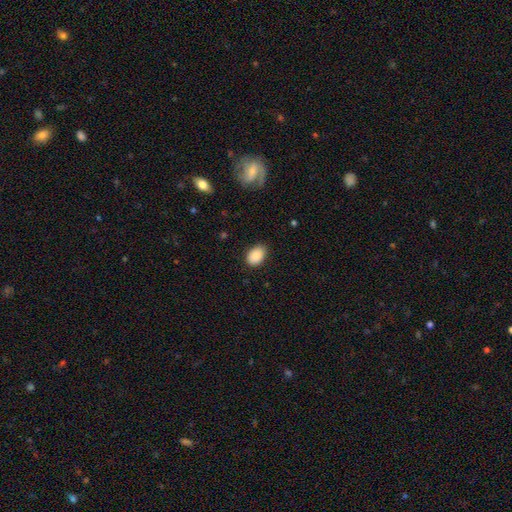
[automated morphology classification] Smooth or featured?
  - smooth: 88% *
  - star or artifact: 8%
  - featured or disk: 4%
How rounded?
  - in between: 83% *
  - round: 16%
  - cigar-shaped: 1%
Merging?
  - none: 82% *
  - minor disturbance: 14%
  - major disturbance: 3%
  - merger: 1%